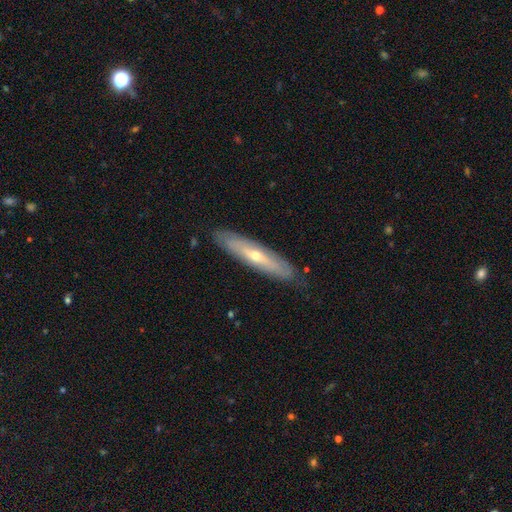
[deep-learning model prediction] featured or disk 60%, smooth 34%, star or artifact 6%. Down the decision tree: edge-on disk — yes (62%); merging — none (85%).